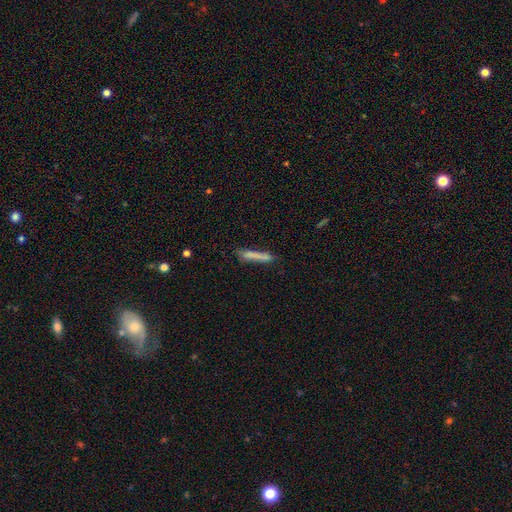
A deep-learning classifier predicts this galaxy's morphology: This appears to be a smooth galaxy with no disk features (75%) that is cigar-shaped (95%). Merging: none (77%).